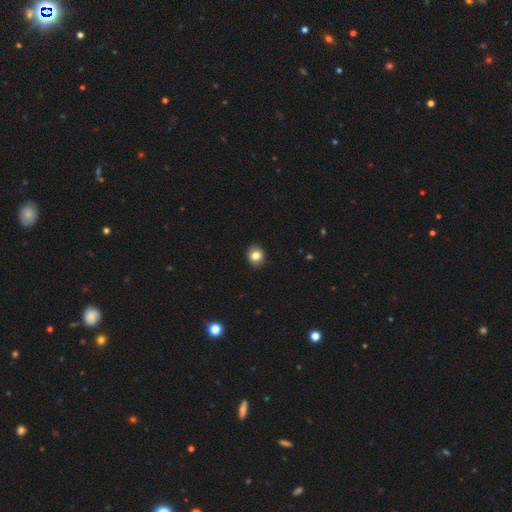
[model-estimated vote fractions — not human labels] Smooth or featured? Predicted: smooth (p=0.82). How rounded? Predicted: round (p=0.69). Merging? Predicted: none (p=0.89).